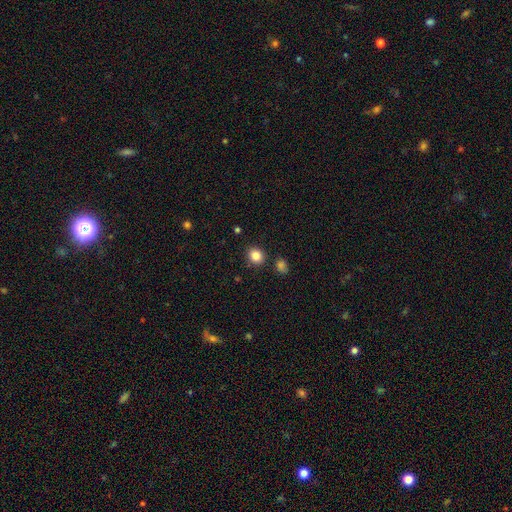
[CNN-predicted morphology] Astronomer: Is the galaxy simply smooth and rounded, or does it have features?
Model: smooth — 84%.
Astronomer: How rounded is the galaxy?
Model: round — 74%.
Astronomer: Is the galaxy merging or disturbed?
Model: none — 86%.